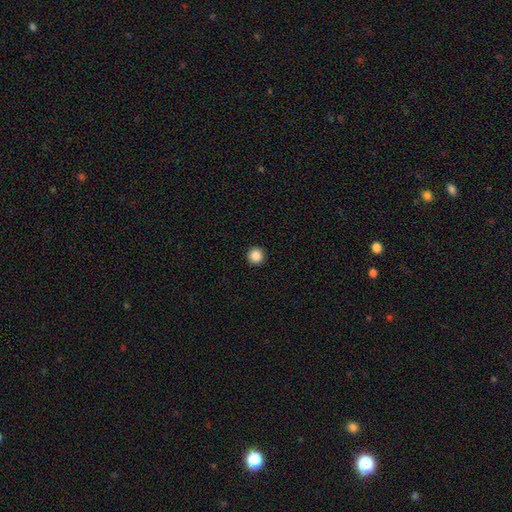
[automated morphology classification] smooth_or_featured: smooth (p=0.87) [alt: star or artifact p=0.10]
how_rounded: round (p=0.96) [alt: in between p=0.03]
merging: none (p=0.94) [alt: minor disturbance p=0.04]